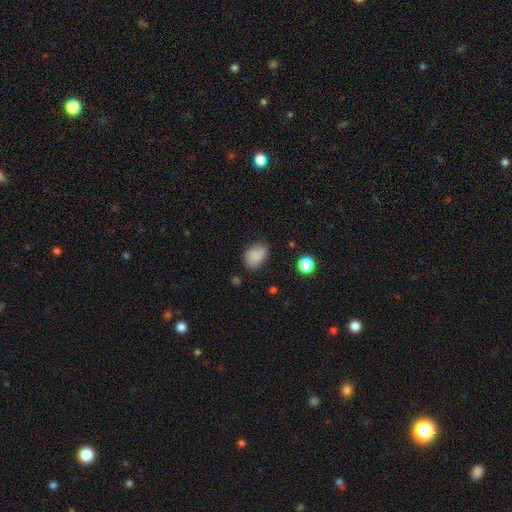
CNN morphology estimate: Smooth or featured: smooth — 81% (star or artifact — 10%)
How rounded: in between — 72% (round — 27%)
Merging: none — 70% (minor disturbance — 23%)